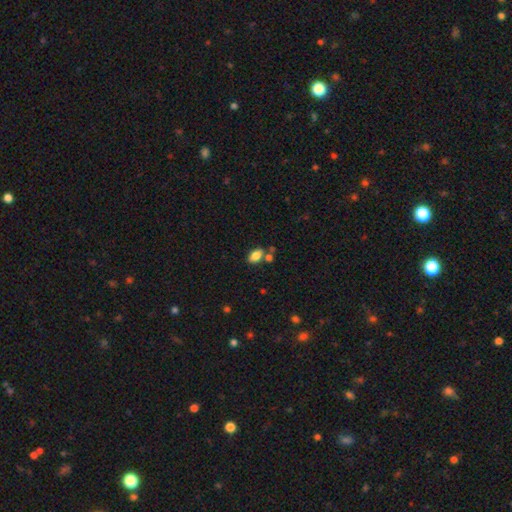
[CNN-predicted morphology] This is clearly a smooth galaxy (83%). How rounded: clearly in between (90%). Merging: likely none (67%).